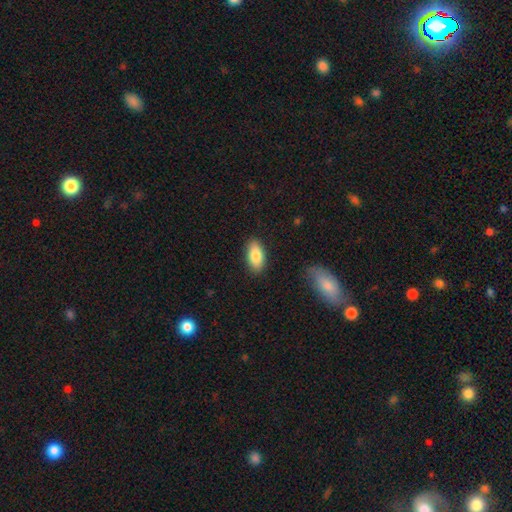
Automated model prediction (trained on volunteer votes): This appears to be a smooth galaxy with no disk features (84%) that is in between round and cigar-shaped (92%). Merging: none (87%).